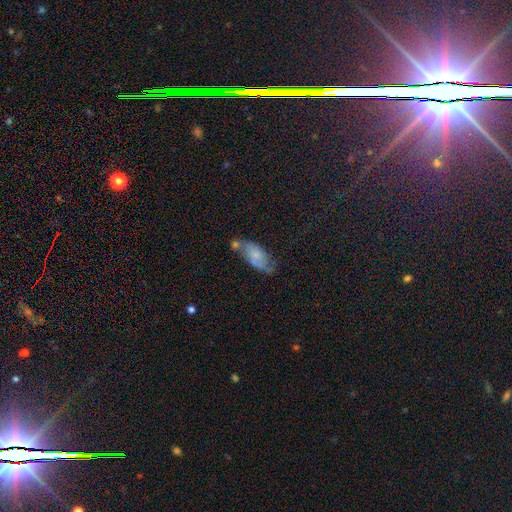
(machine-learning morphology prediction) A smooth galaxy with no disk features (58%) that is in between round and cigar-shaped (84%). Merging: none (40%).